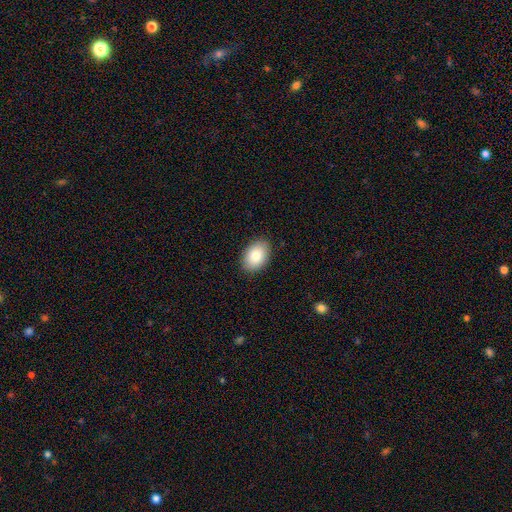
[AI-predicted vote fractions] Morphology: type=smooth (84%); roundness=in between (84%); merging=none (89%).